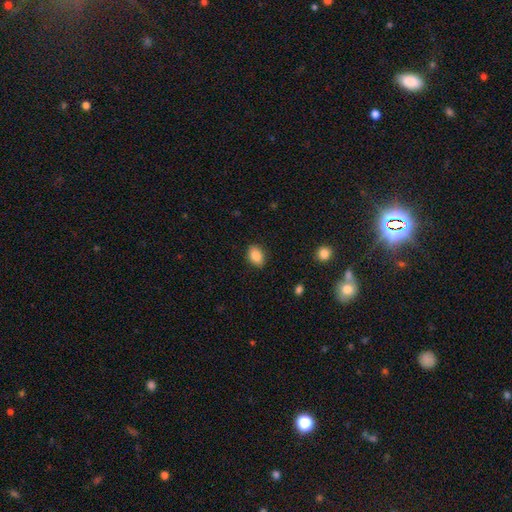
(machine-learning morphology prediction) smooth-or-featured: smooth: 87% | star or artifact: 8% | featured or disk: 5%
  how-rounded: in between: 77% | round: 22% | cigar-shaped: 1%
  merging: none: 87% | minor disturbance: 10% | major disturbance: 2% | merger: 1%